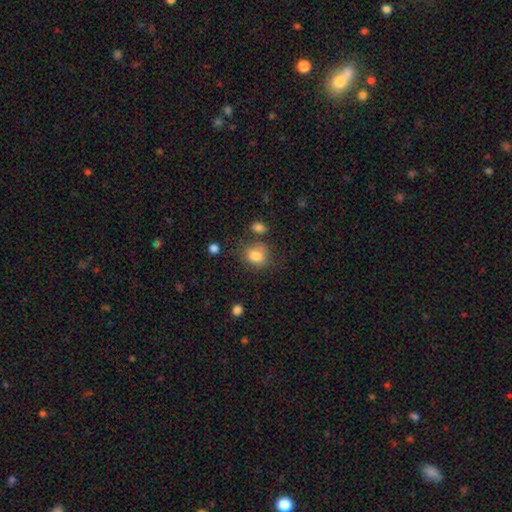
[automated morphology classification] smooth-or-featured: smooth: 82% | star or artifact: 10% | featured or disk: 8%
  how-rounded: round: 58% | in between: 41% | cigar-shaped: 1%
  merging: none: 63% | minor disturbance: 20% | merger: 9% | major disturbance: 7%